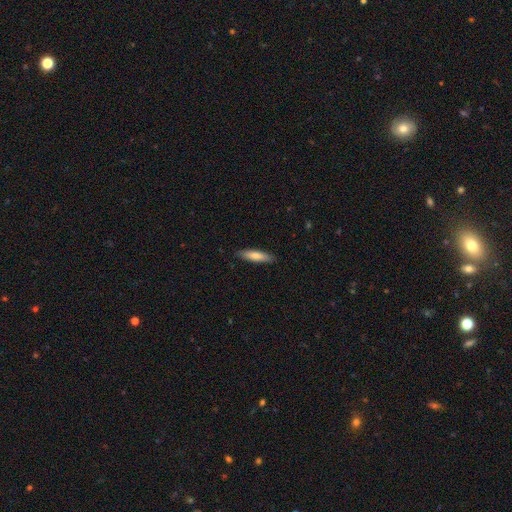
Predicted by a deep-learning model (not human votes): smooth-or-featured: smooth: 76% | featured or disk: 19% | star or artifact: 5%
  how-rounded: cigar-shaped: 76% | in between: 23% | round: 1%
  merging: none: 88% | minor disturbance: 10% | major disturbance: 2% | merger: 1%